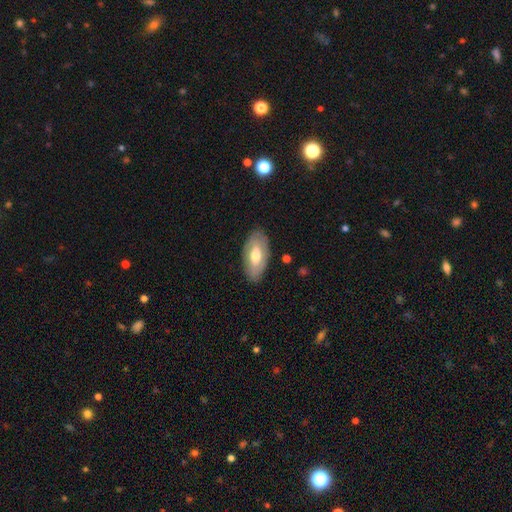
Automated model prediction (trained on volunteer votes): smooth_or_featured: smooth (p=0.51) [alt: featured or disk p=0.43]
how_rounded: in between (p=0.92) [alt: cigar-shaped p=0.05]
merging: none (p=0.83) [alt: minor disturbance p=0.13]